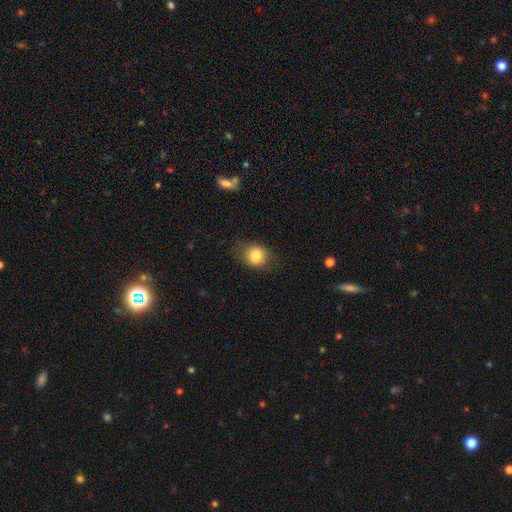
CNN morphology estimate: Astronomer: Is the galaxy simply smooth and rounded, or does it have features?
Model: smooth — 81%.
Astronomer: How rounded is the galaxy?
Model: round — 59% (runner-up: in between, 40%).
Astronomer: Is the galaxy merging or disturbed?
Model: none — 72%.